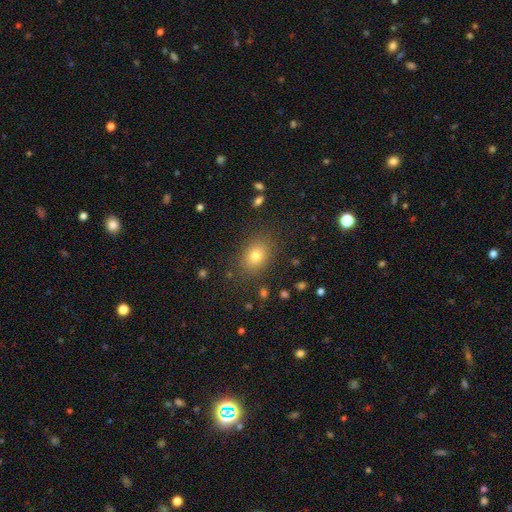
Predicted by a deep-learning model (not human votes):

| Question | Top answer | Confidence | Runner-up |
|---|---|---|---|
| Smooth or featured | smooth | 77% | star or artifact (14%) |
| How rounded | in between | 62% | round (36%) |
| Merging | none | 85% | minor disturbance (10%) |